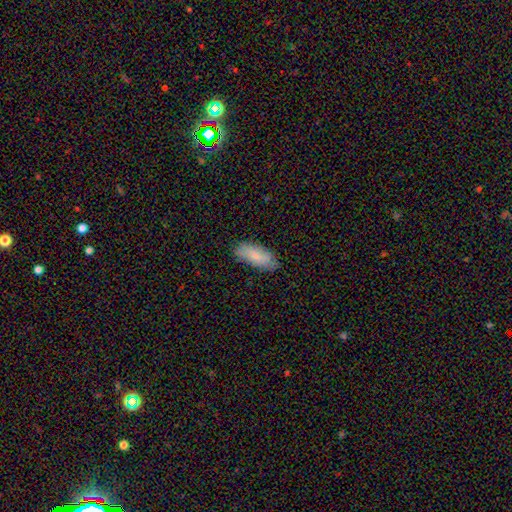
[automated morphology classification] A smooth galaxy with no disk features (81%) that is in between round and cigar-shaped (81%). Merging: none (79%).